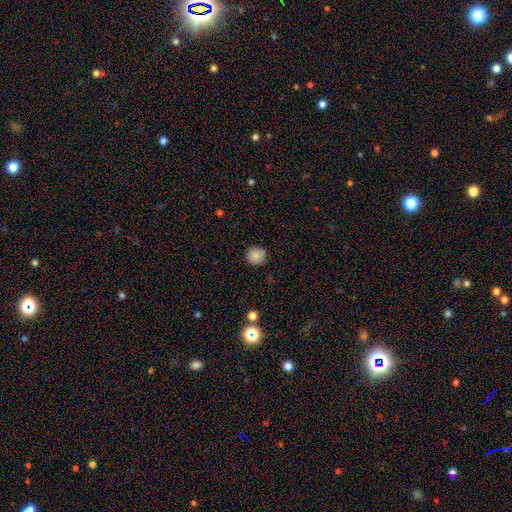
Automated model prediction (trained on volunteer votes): smooth_or_featured: smooth (p=0.84) [alt: star or artifact p=0.10]
how_rounded: round (p=0.92) [alt: in between p=0.07]
merging: none (p=0.87) [alt: minor disturbance p=0.10]